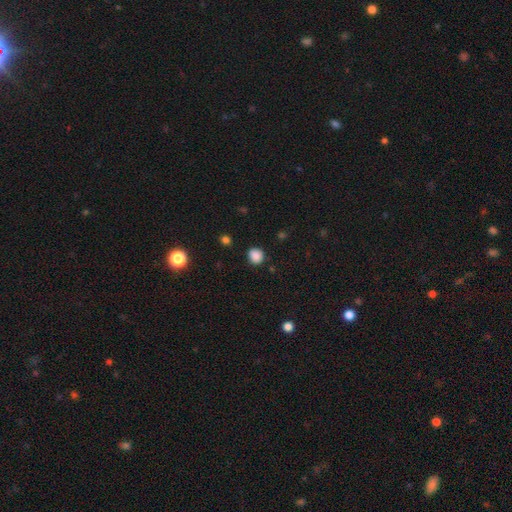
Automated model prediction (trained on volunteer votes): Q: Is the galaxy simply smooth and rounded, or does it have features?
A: smooth — 85%.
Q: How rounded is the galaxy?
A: round — 82%.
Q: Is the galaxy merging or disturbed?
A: none — 85%.